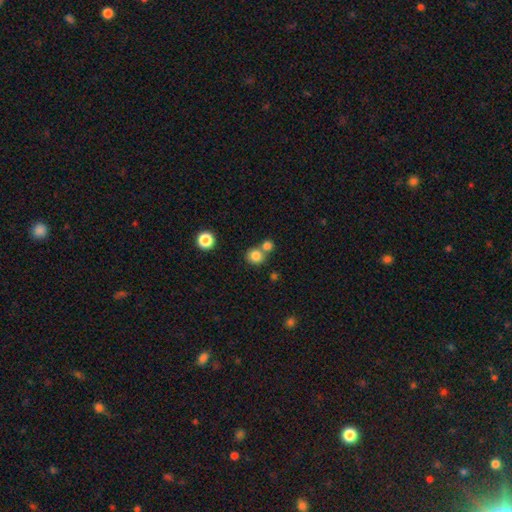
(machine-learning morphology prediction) type=smooth (82%); roundness=round (88%); merging=none (58%).